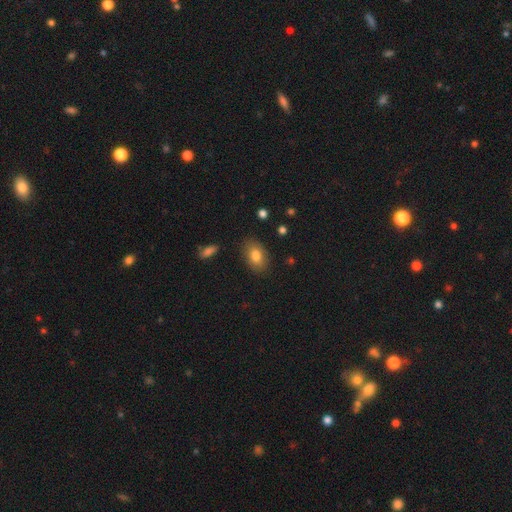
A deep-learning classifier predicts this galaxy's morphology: Smooth or featured?
  - smooth: 81% *
  - featured or disk: 11%
  - star or artifact: 8%
How rounded?
  - in between: 87% *
  - round: 11%
  - cigar-shaped: 2%
Merging?
  - none: 85% *
  - minor disturbance: 11%
  - major disturbance: 3%
  - merger: 1%